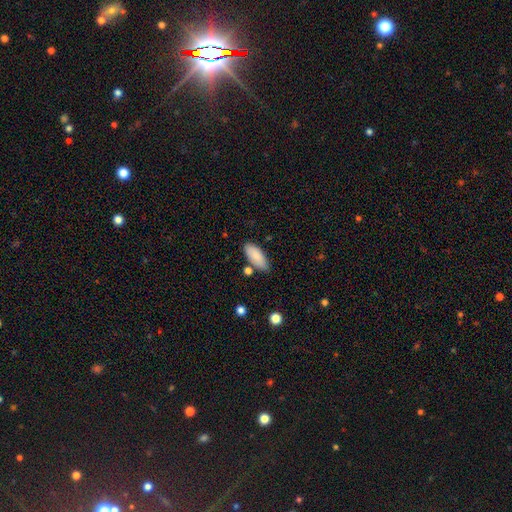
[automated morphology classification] A smooth galaxy with no disk features (85%) that is in between round and cigar-shaped (84%). Merging: none (75%).